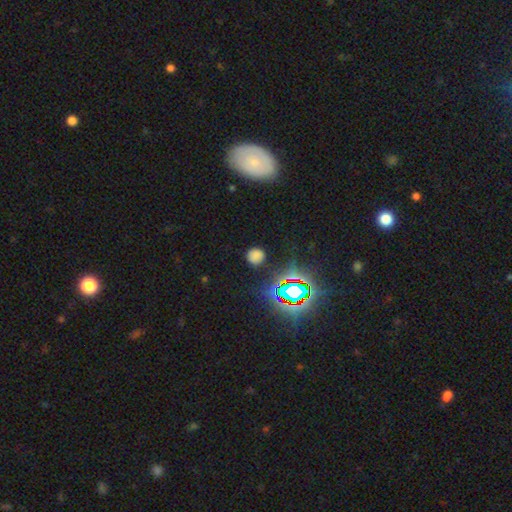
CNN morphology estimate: type=smooth (65%); roundness=round (88%); merging=none (83%).